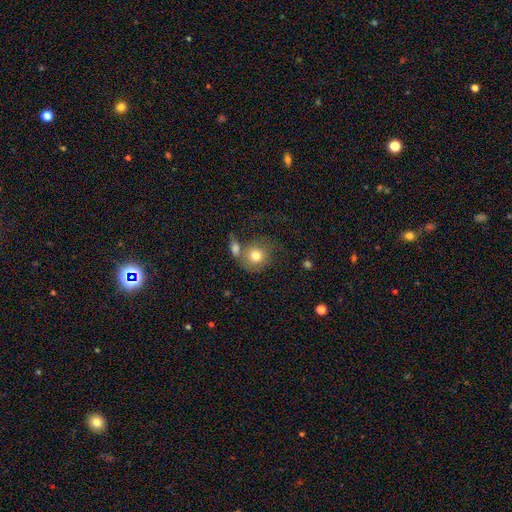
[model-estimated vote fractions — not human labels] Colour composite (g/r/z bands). It shows a smooth galaxy with no disk features (76%) that is round (82%). Merging: none (42%).